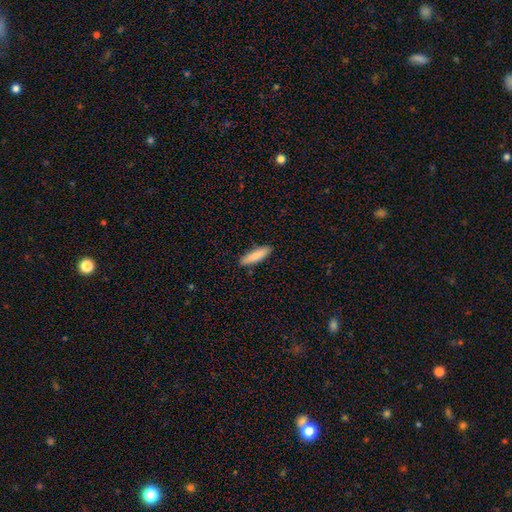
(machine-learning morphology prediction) type=smooth (86%); roundness=cigar-shaped (65%); merging=none (89%).